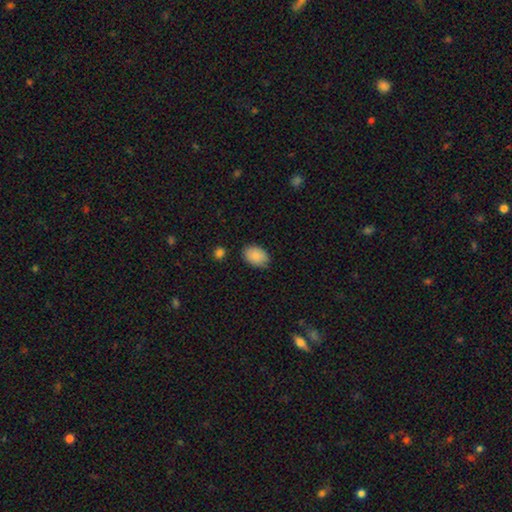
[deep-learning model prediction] Q: Smooth or featured?
A: smooth (86%); runner-up: star or artifact (7%)
Q: How rounded?
A: in between (84%); runner-up: round (15%)
Q: Merging?
A: none (79%); runner-up: minor disturbance (16%)